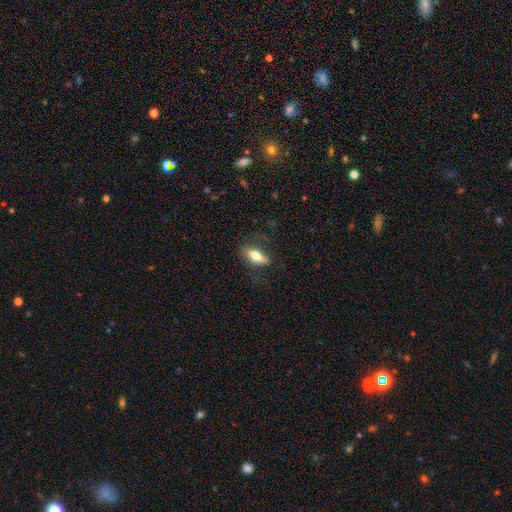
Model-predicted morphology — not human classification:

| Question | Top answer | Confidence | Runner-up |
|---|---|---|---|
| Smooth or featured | smooth | 67% | featured or disk (26%) |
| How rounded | in between | 69% | cigar-shaped (26%) |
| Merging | none | 73% | minor disturbance (18%) |